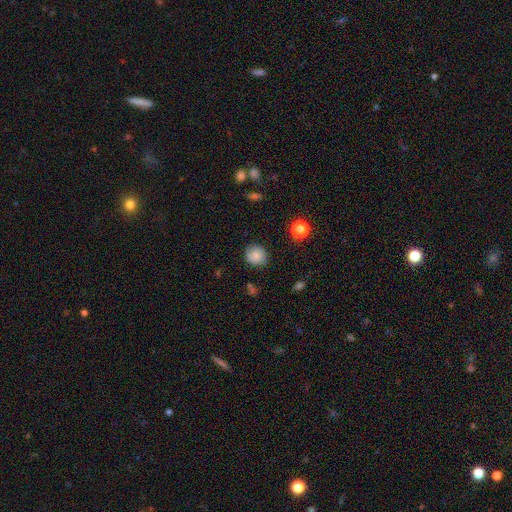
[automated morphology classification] type=smooth (84%); roundness=round (90%); merging=none (86%).